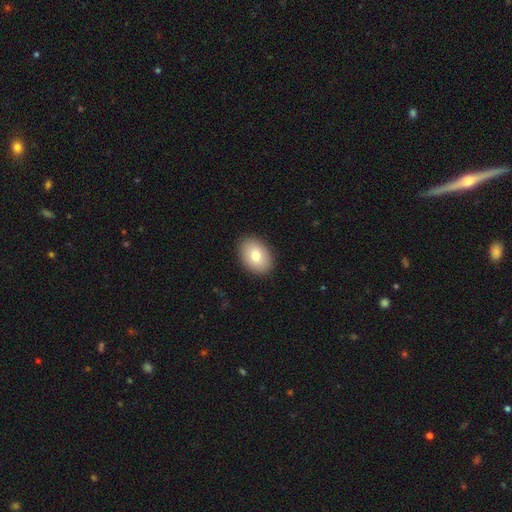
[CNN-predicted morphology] Overall: smooth (79%). How rounded: in between (83%). Merging: none (89%).